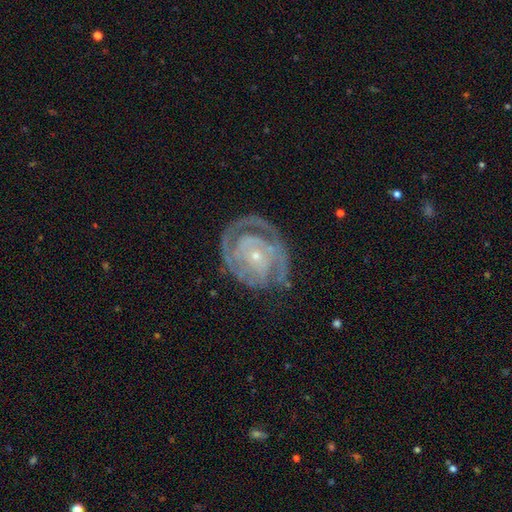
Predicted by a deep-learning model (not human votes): Smooth or featured? featured or disk (88%)
Edge-on disk? no (97%)
Bar? no (73%)
Spiral arms? yes (95%)
Spiral winding? tight (74%)
Spiral arm count? 2 (39%)
Bulge size? small (80%)
Merging? none (68%)